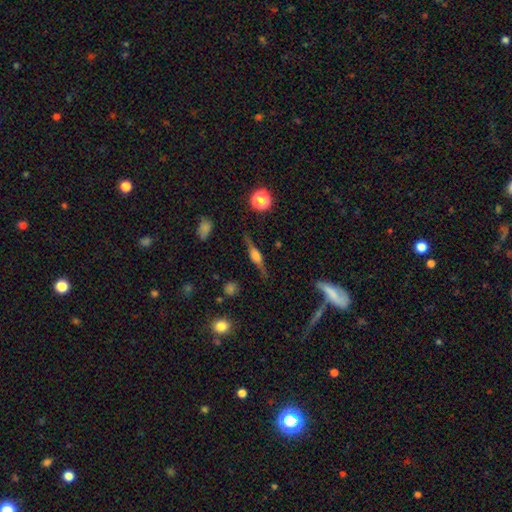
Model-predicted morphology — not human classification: Smooth or featured? Predicted: featured or disk (p=0.75). Edge-on disk? Predicted: yes (p=0.96). Edge-on bulge? Predicted: rounded (p=0.76). Merging? Predicted: none (p=0.84).